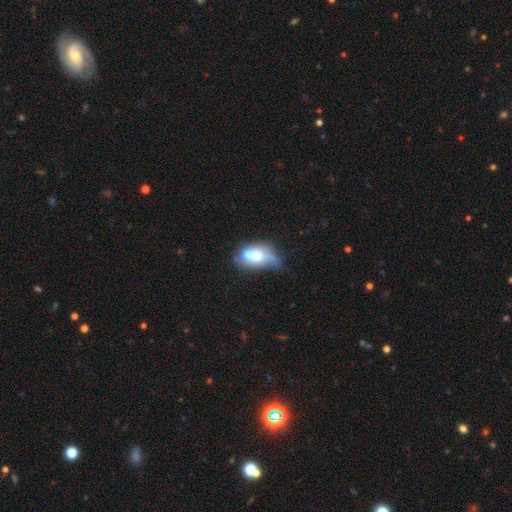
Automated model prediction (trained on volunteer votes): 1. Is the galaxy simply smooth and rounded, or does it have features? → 55% smooth, 36% featured or disk, 9% star or artifact.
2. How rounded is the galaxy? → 74% in between, 23% round, 3% cigar-shaped.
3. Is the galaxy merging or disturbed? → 45% merger, 23% none, 18% minor disturbance, 13% major disturbance.